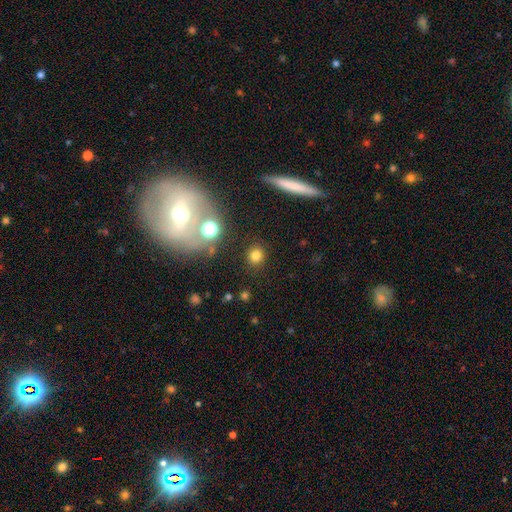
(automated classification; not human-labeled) A smooth galaxy with no disk features (77%) that is round (88%).

Vote fractions:
- Smooth or featured? smooth: 77% / star or artifact: 16% / featured or disk: 7%
- How rounded? round: 88% / in between: 10% / cigar-shaped: 1%
- Merging? none: 88% / minor disturbance: 6% / major disturbance: 3% / merger: 3%